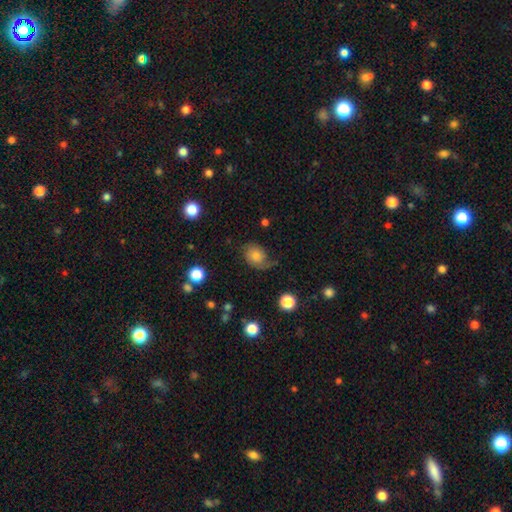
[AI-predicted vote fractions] Overall: smooth (49%; featured or disk 39%). Merging: none (51%; minor disturbance 28%).